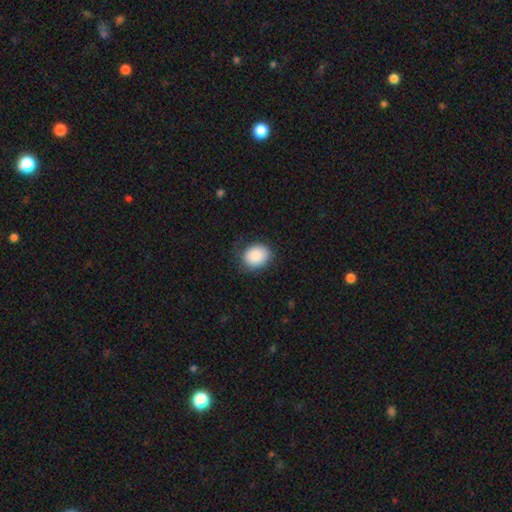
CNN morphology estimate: smooth-or-featured: smooth: 88% | star or artifact: 7% | featured or disk: 5%
  how-rounded: round: 52% | in between: 47% | cigar-shaped: 1%
  merging: none: 76% | minor disturbance: 17% | major disturbance: 6% | merger: 1%